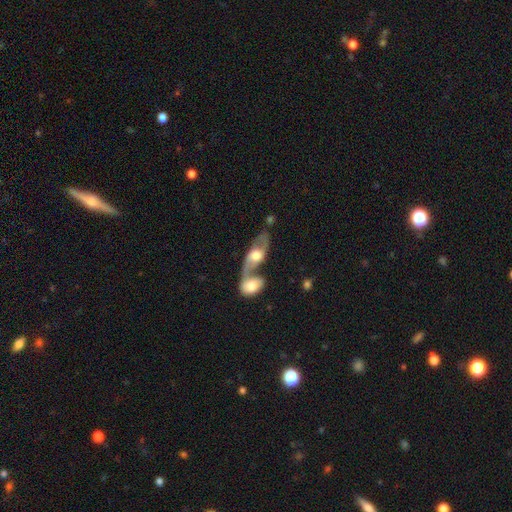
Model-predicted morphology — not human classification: This appears to be a featured or disk galaxy (69%) with no bar (57%), spiral arms (81%) and a moderate central bulge (51%). Merging: merger (64%).